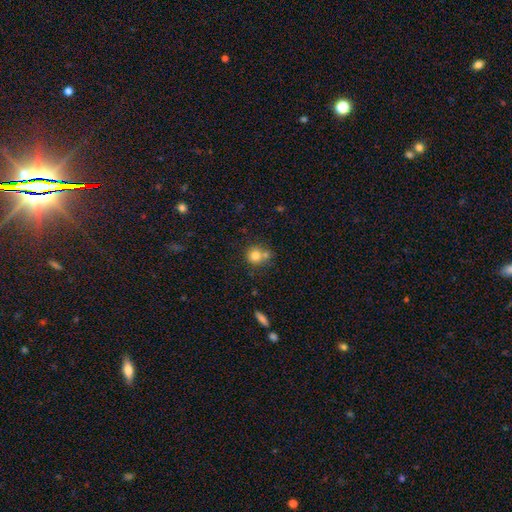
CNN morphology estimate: Smooth or featured?
  - smooth: 79% *
  - star or artifact: 11%
  - featured or disk: 10%
How rounded?
  - round: 89% *
  - in between: 10%
  - cigar-shaped: 1%
Merging?
  - none: 55% *
  - merger: 31%
  - minor disturbance: 10%
  - major disturbance: 4%